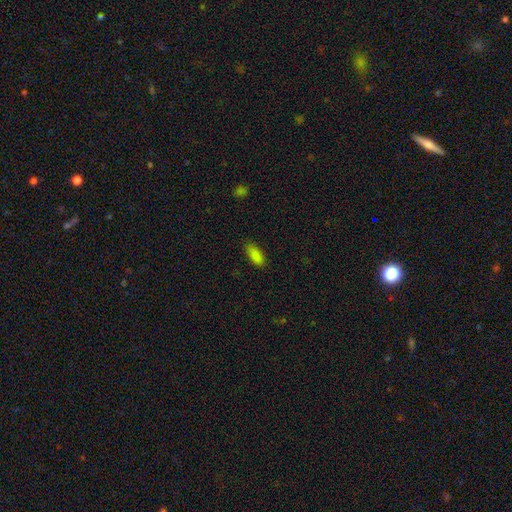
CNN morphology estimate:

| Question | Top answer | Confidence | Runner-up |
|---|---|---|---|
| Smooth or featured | smooth | 87% | star or artifact (9%) |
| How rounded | in between | 82% | cigar-shaped (16%) |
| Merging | none | 83% | minor disturbance (13%) |